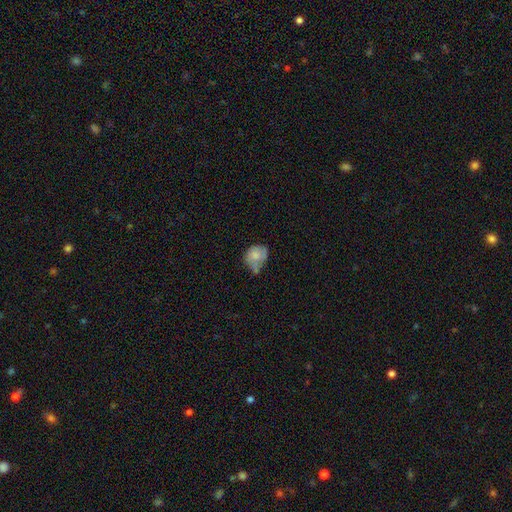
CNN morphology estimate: This appears to be a smooth galaxy with no disk features (67%) that is round (53%). Merging: minor disturbance (36%).